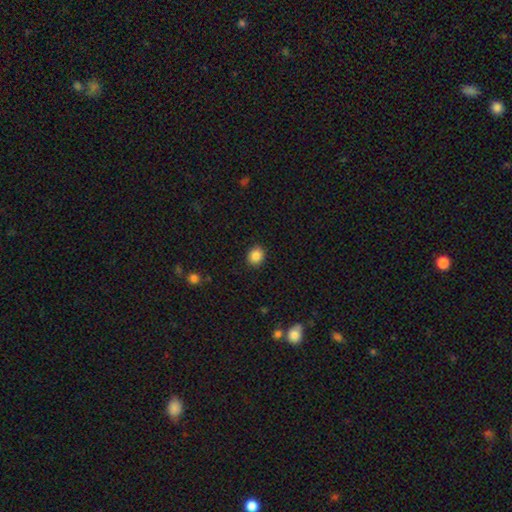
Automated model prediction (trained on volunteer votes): smooth 86%, star or artifact 10%, featured or disk 4%. Down the decision tree: how rounded — round (68%); merging — none (90%).